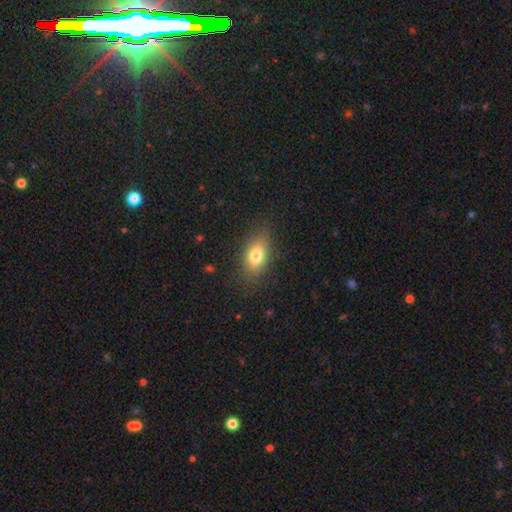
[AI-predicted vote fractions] Morphology: type=smooth (77%); roundness=in between (84%); merging=none (81%).